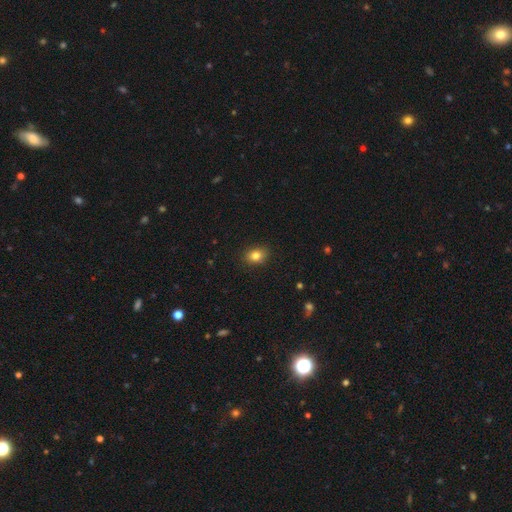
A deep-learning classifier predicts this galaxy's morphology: smooth-or-featured: smooth: 82% | star or artifact: 11% | featured or disk: 7%
  how-rounded: in between: 61% | round: 38% | cigar-shaped: 1%
  merging: none: 87% | minor disturbance: 10% | major disturbance: 2% | merger: 1%